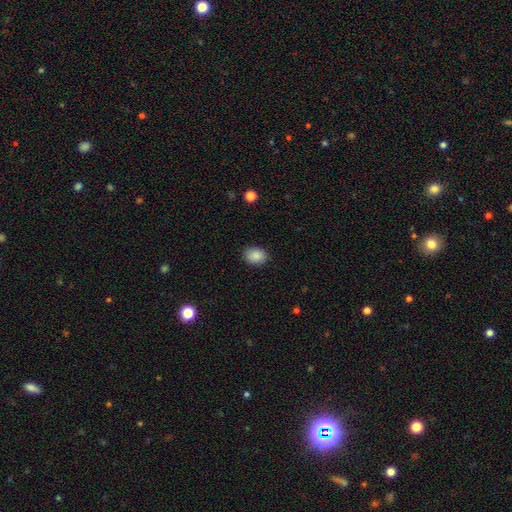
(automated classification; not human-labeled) A smooth galaxy with no disk features (88%) that is in between round and cigar-shaped (70%). Merging: none (88%).